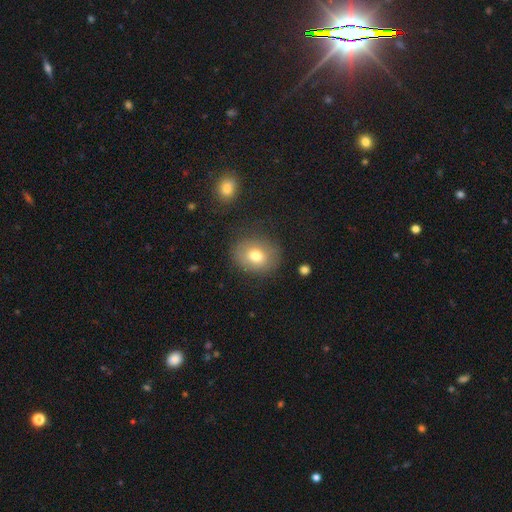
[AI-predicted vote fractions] Morphology: type=smooth (74%); roundness=round (64%); merging=none (80%).